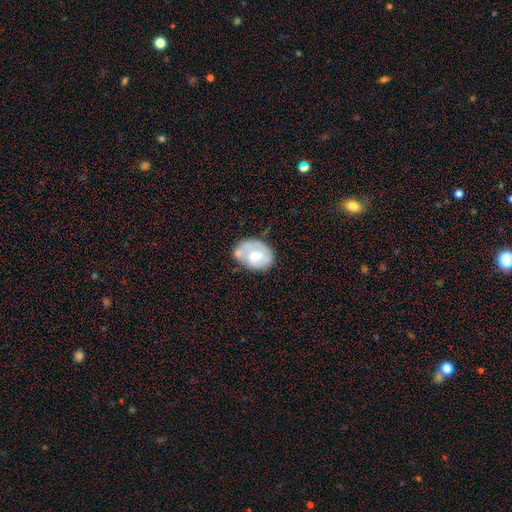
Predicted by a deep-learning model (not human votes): A smooth galaxy with no disk features (53%) that is in between round and cigar-shaped (68%). Merging: none (44%).